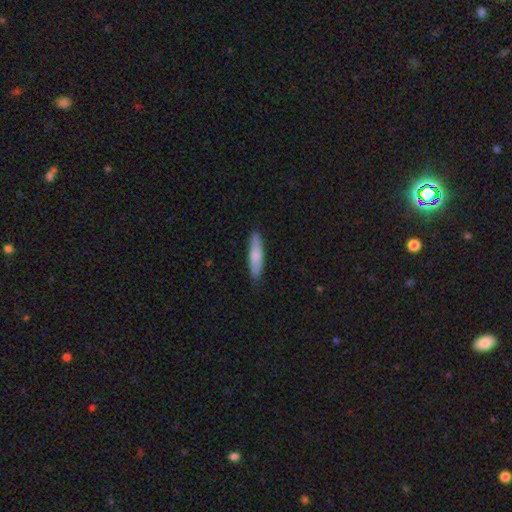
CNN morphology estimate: smooth 76%, featured or disk 19%, star or artifact 5%. Down the decision tree: how rounded — cigar-shaped (80%); merging — none (86%).